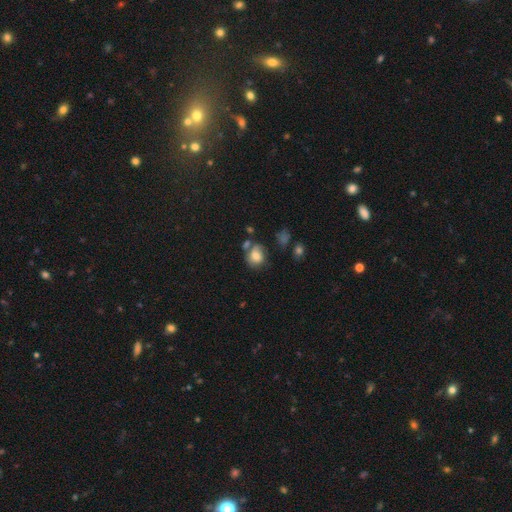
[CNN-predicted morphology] smooth-or-featured: smooth: 73% | featured or disk: 17% | star or artifact: 10%
  how-rounded: round: 57% | in between: 41% | cigar-shaped: 1%
  merging: none: 46% | minor disturbance: 23% | merger: 20% | major disturbance: 11%